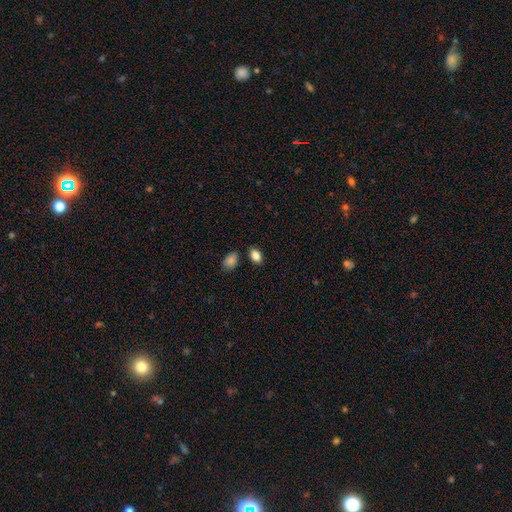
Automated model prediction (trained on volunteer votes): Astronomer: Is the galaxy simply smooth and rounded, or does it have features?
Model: smooth — 86%.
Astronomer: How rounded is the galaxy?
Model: in between — 87%.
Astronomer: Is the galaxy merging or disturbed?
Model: none — 81%.